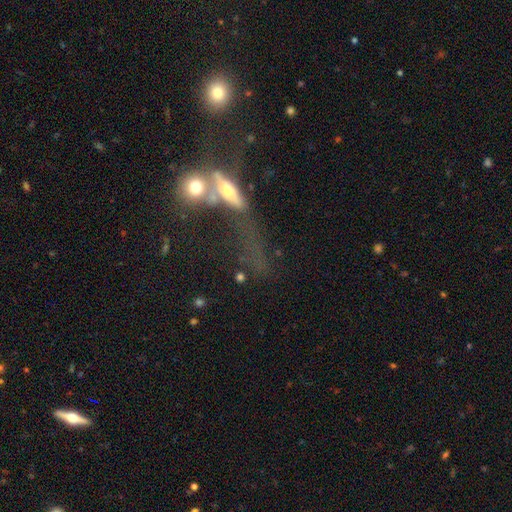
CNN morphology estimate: The model was most divided on "smooth or featured" (2-way tie): smooth: 40%, featured or disk: 40%, star or artifact: 21%. Remaining: merging — merger (48%).